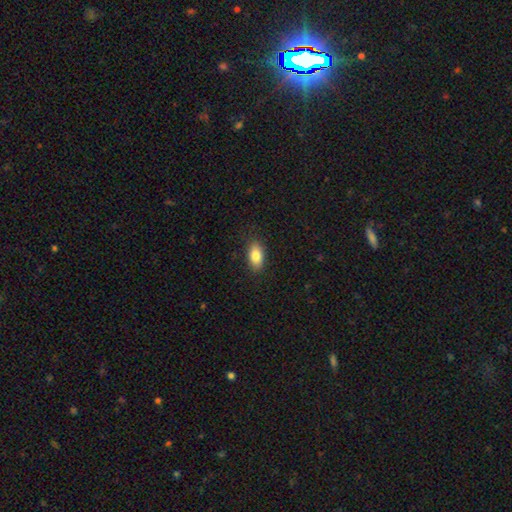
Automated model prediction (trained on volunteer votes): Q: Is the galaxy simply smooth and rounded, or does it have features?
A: smooth — 84%.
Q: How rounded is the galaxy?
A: in between — 91%.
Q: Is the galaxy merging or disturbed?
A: none — 87%.